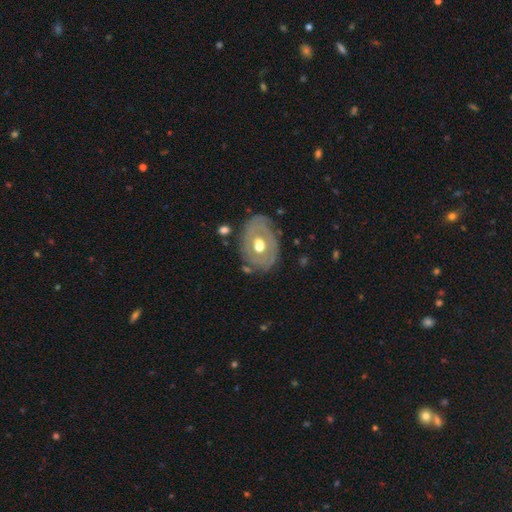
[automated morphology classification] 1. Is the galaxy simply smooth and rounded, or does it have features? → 68% featured or disk, 25% smooth, 7% star or artifact.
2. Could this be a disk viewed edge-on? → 94% no, 6% yes.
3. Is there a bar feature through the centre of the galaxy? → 74% no, 20% weak, 6% strong.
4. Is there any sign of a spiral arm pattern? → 57% no, 43% yes.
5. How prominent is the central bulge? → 79% moderate, 10% large, 9% small, 1% dominant, 1% none.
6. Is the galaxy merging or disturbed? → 74% none, 18% minor disturbance, 6% major disturbance, 2% merger.